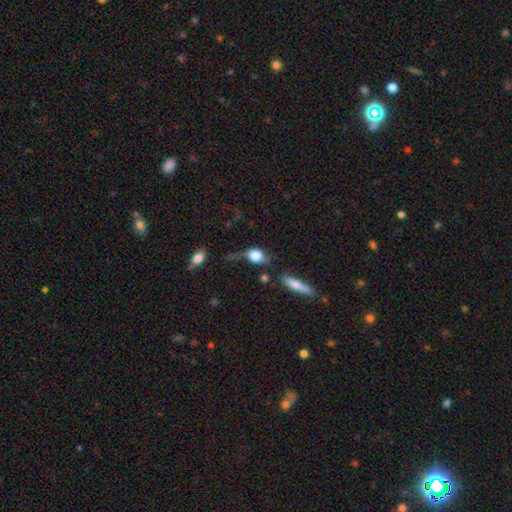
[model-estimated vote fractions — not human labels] smooth 69%, featured or disk 21%, star or artifact 10%. Down the decision tree: how rounded — in between (51%); merging — major disturbance (33%).